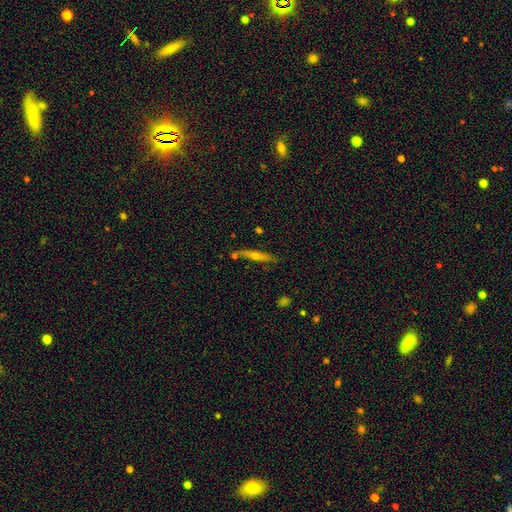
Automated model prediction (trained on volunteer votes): featured or disk 55%, smooth 36%, star or artifact 8%. Down the decision tree: edge-on disk — yes (92%); edge-on bulge — rounded (80%); merging — none (78%).